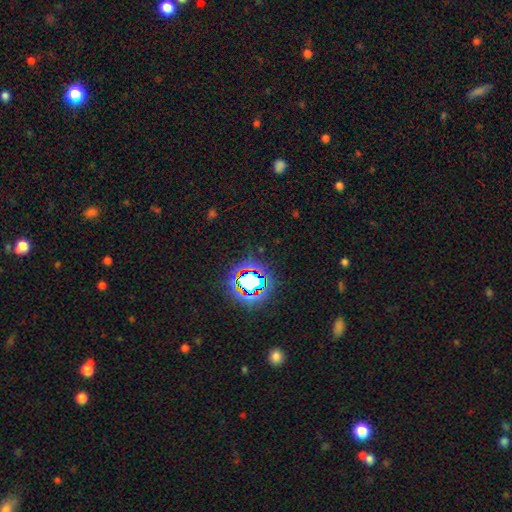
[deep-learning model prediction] Smooth or featured?
  - star or artifact: 80% *
  - smooth: 12%
  - featured or disk: 8%